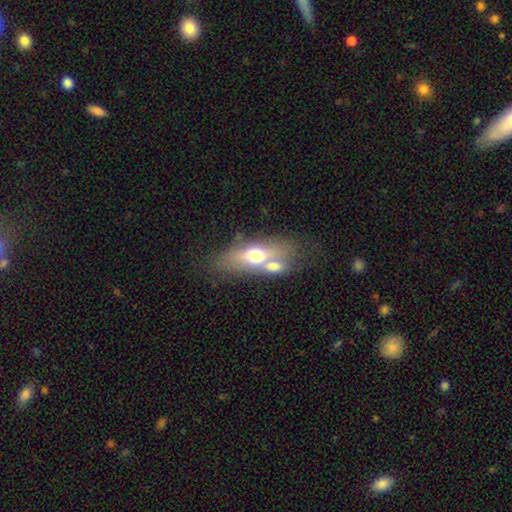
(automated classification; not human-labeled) This appears to be a smooth galaxy with no disk features (57%) that is in between round and cigar-shaped (72%). Merging: merger (41%).